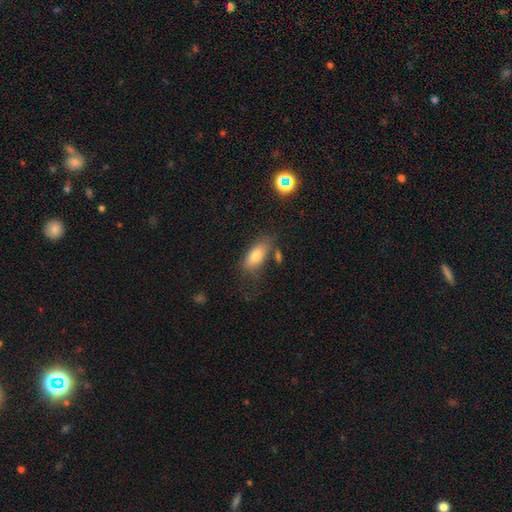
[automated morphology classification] type=smooth (79%); roundness=in between (87%); merging=none (64%).